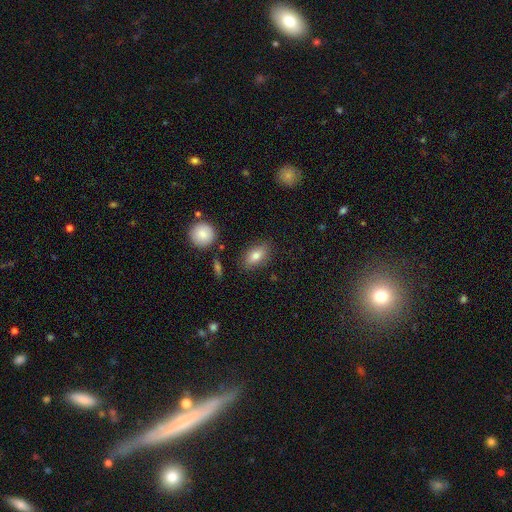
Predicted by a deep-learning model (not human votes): Smooth or featured? smooth (79%)
How rounded? in between (86%)
Merging? none (82%)